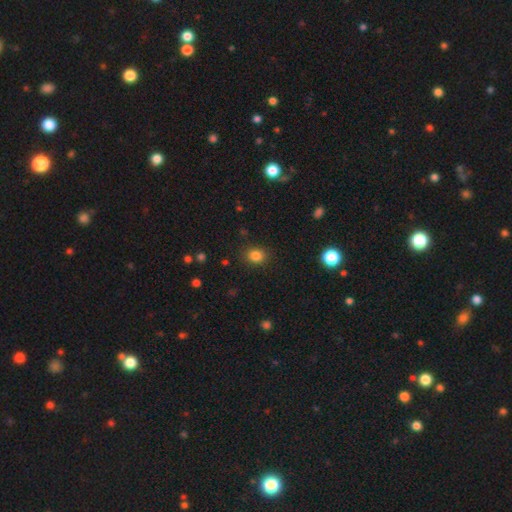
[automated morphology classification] smooth 82%, star or artifact 13%, featured or disk 5%. Down the decision tree: how rounded — round (64%); merging — none (85%).